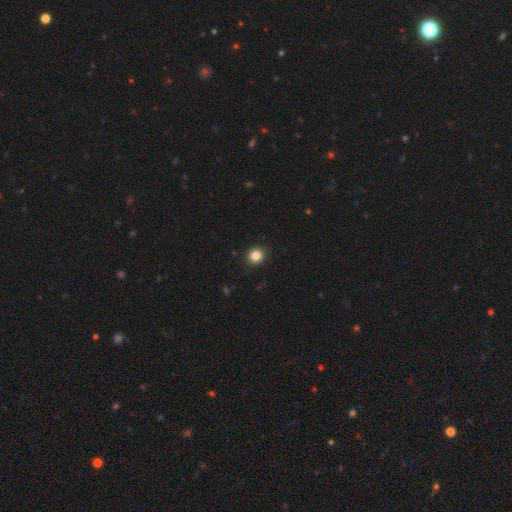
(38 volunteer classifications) A smooth galaxy with no disk features (84%) that is round (91%).

Vote fractions:
- Smooth or featured? smooth: 84% / featured or disk: 8% / star or artifact: 8%
- How rounded? round: 91% / in between: 9% / cigar-shaped: 0%
- Merging? none: 80% / minor disturbance: 17% / major disturbance: 3% / merger: 0%